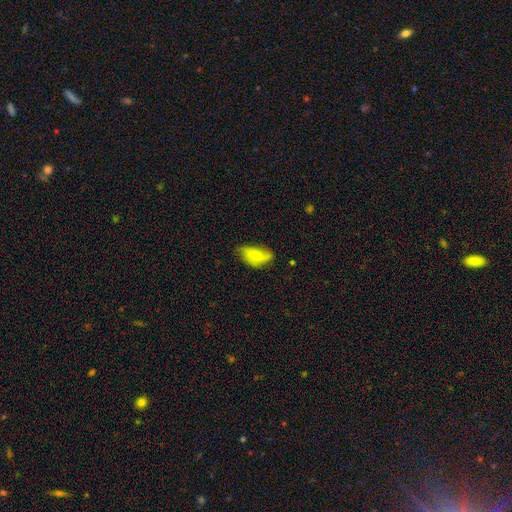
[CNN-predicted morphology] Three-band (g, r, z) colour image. It shows a smooth galaxy with no disk features (61%) that is in between round and cigar-shaped (90%). Merging: none (50%).